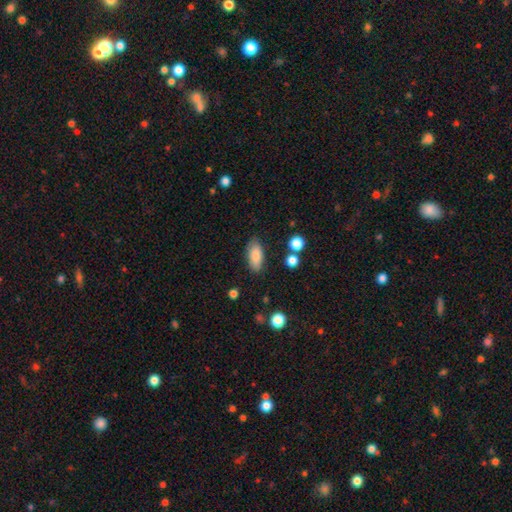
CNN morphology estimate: smooth-or-featured: smooth: 85% | featured or disk: 8% | star or artifact: 7%
  how-rounded: in between: 86% | cigar-shaped: 12% | round: 3%
  merging: none: 81% | minor disturbance: 13% | major disturbance: 3% | merger: 2%